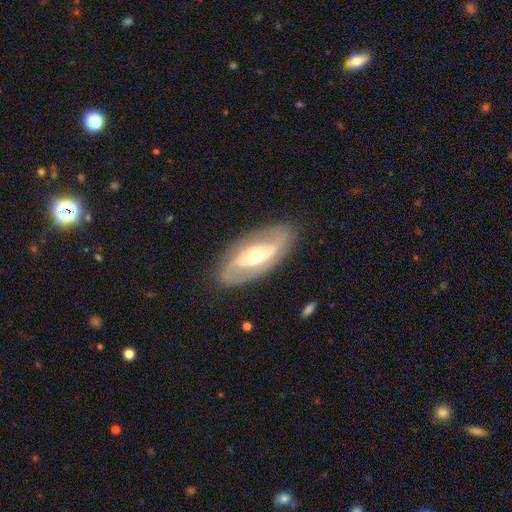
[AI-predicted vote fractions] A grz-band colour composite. It shows a featured or disk galaxy (77%) with no bar (41%), 2 (87%) medium (45%) spiral arms (80%) and a moderate central bulge (70%). Merging: none (85%).